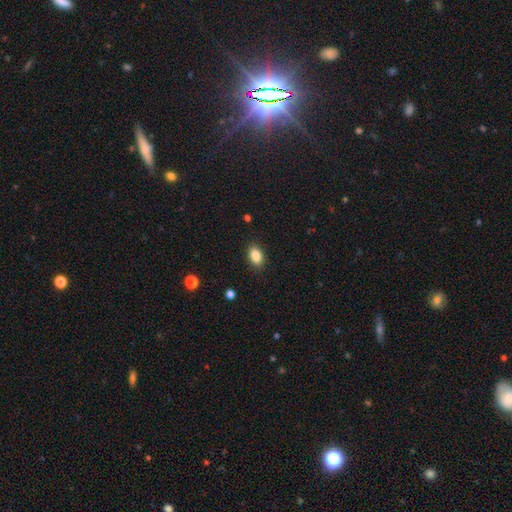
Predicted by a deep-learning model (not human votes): A smooth galaxy with no disk features (86%) that is in between round and cigar-shaped (86%).

Vote fractions:
- Smooth or featured? smooth: 86% / star or artifact: 9% / featured or disk: 6%
- How rounded? in between: 86% / round: 12% / cigar-shaped: 2%
- Merging? none: 88% / minor disturbance: 8% / major disturbance: 2% / merger: 1%